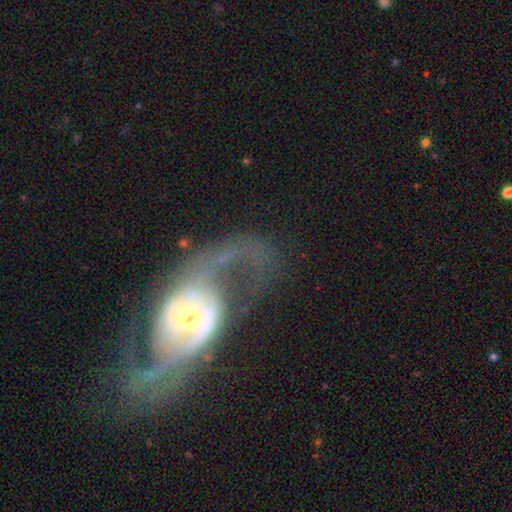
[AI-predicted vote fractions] Morphology: type=featured or disk (85%); edge-on=no (96%); bar=no (51%); spiral arms=yes (91%); winding=loose (45%); arm count=2 (85%); bulge=moderate (46%); merging=none (56%).